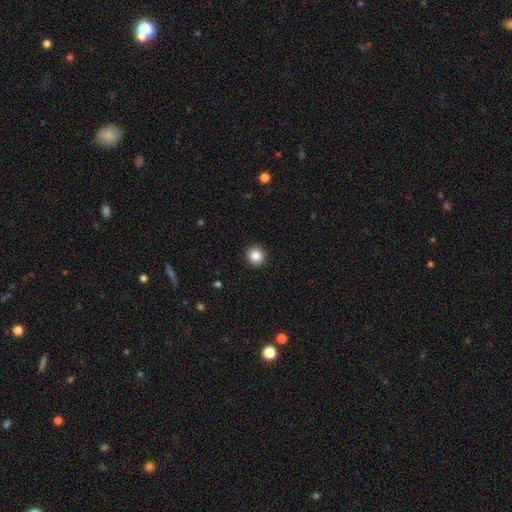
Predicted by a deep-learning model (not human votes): Morphology: type=smooth (85%); roundness=round (93%); merging=none (93%).